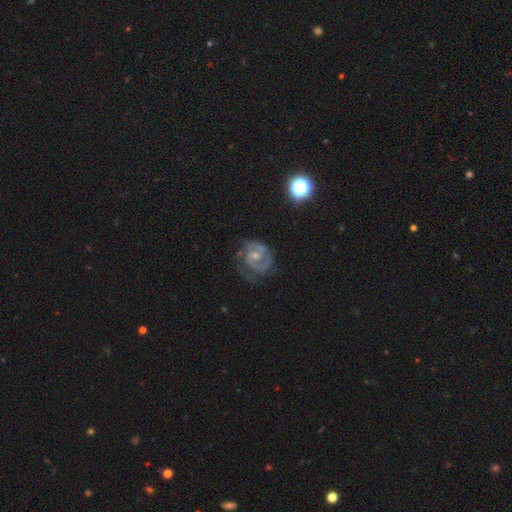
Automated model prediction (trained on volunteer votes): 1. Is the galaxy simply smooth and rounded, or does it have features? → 84% featured or disk, 10% smooth, 6% star or artifact.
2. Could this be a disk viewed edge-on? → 98% no, 2% yes.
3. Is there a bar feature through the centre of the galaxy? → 55% no, 38% weak, 7% strong.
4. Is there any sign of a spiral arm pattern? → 94% yes, 6% no.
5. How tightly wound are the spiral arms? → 46% medium, 43% tight, 12% loose.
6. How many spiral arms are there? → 67% 2, 13% can't tell, 11% 3, 5% 1, 2% 4, 2% more than 4.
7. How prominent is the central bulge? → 51% small, 44% moderate, 3% none, 2% large, 1% dominant.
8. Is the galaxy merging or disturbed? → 56% none, 25% minor disturbance, 17% major disturbance, 2% merger.